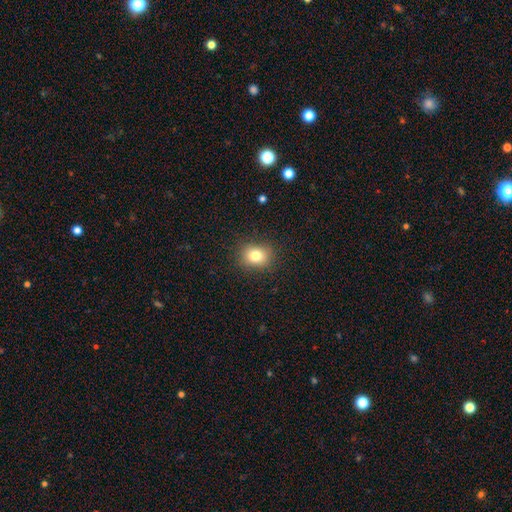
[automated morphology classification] This appears to be a smooth galaxy with no disk features (79%) that is round (61%). Merging: none (87%).